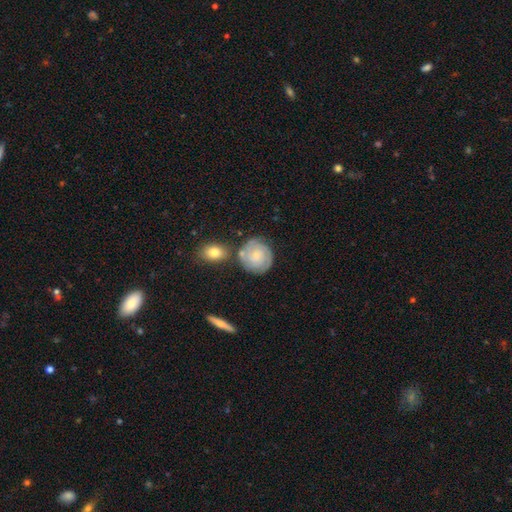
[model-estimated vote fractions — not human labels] Overall: featured or disk (64%; smooth 29%). Edge-on disk: no (97%). Bar: no (73%). Spiral arms: yes (91%). Spiral arm count: 2 (46%; can't tell 25%). Spiral winding: tight (70%). Bulge size: small (65%). Merging: none (70%).